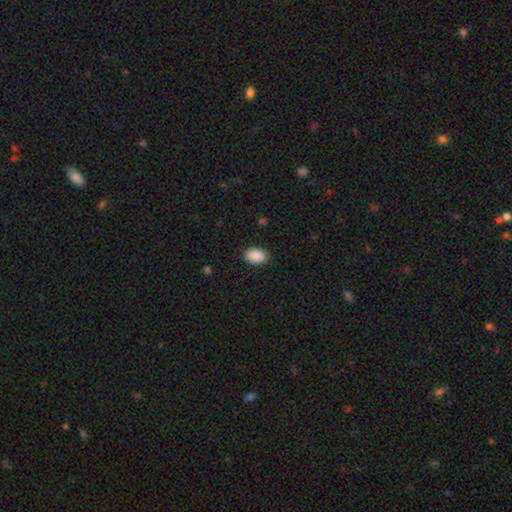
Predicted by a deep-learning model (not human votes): Q: Smooth or featured?
A: smooth (91%); runner-up: star or artifact (7%)
Q: How rounded?
A: in between (88%); runner-up: round (11%)
Q: Merging?
A: none (88%); runner-up: minor disturbance (9%)